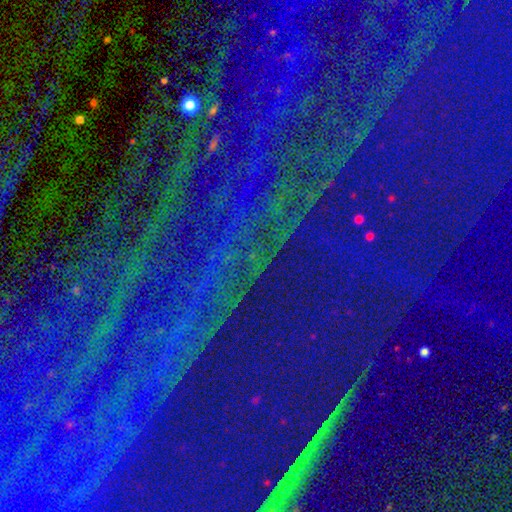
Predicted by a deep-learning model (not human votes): star or artifact 86%, featured or disk 7%, smooth 7%.